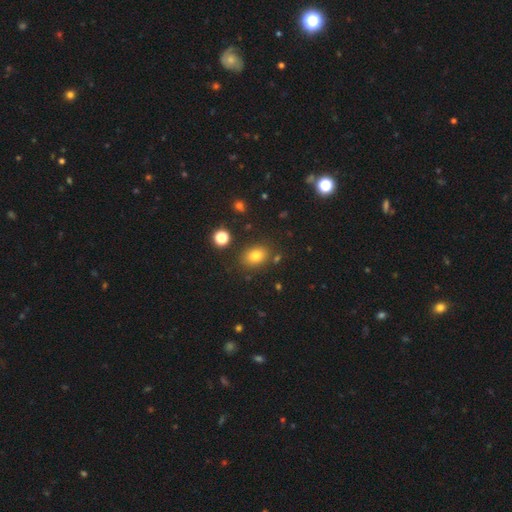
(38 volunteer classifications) smooth_or_featured: smooth (p=0.68) [alt: featured or disk p=0.24]
how_rounded: in between (p=0.73) [alt: round p=0.27]
merging: none (p=0.83) [alt: minor disturbance p=0.09]